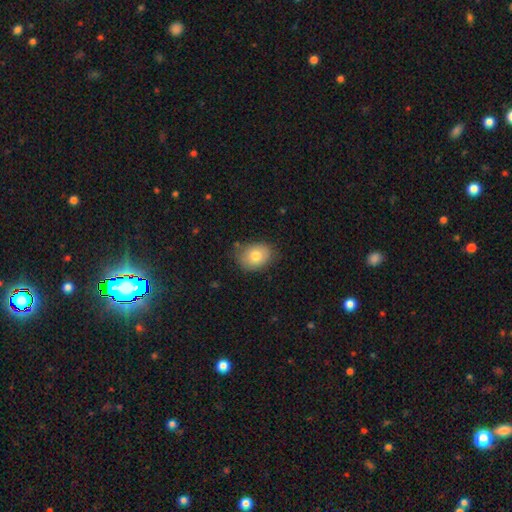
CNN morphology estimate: smooth-or-featured: smooth: 77% | featured or disk: 15% | star or artifact: 8%
  how-rounded: in between: 60% | round: 39% | cigar-shaped: 1%
  merging: none: 74% | minor disturbance: 20% | major disturbance: 4% | merger: 2%